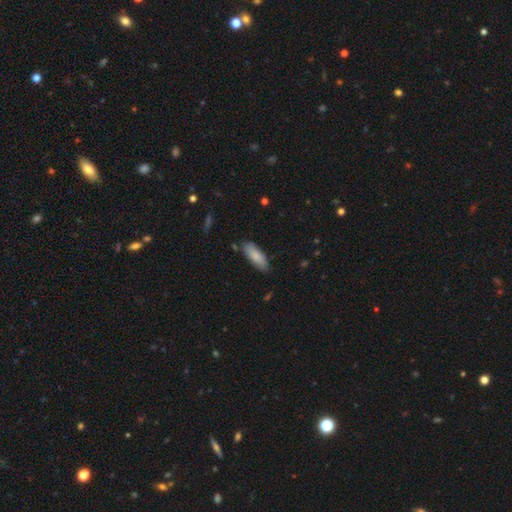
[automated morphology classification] Smooth or featured? Predicted: smooth (p=0.83). How rounded? Predicted: in between (p=0.67). Merging? Predicted: none (p=0.79).